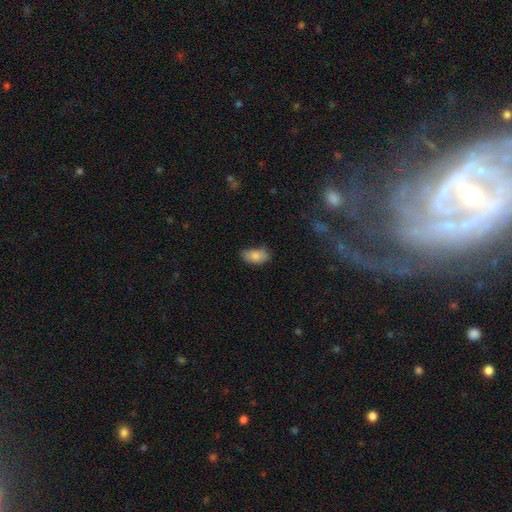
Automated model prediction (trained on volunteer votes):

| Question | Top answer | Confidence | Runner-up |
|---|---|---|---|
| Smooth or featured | smooth | 82% | featured or disk (11%) |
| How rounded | in between | 92% | round (5%) |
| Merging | none | 62% | minor disturbance (30%) |